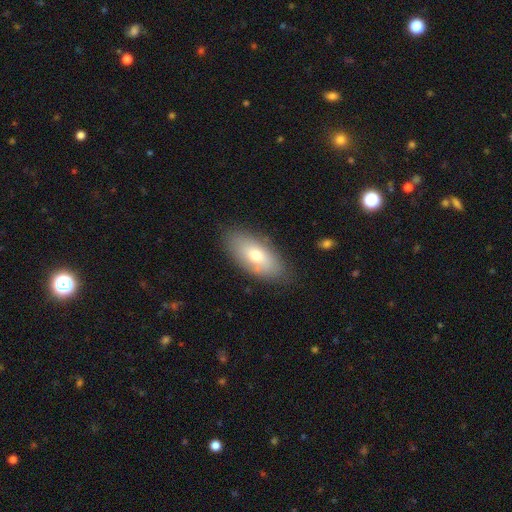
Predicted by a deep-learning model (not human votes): Smooth or featured?
  - smooth: 67% *
  - featured or disk: 25%
  - star or artifact: 8%
How rounded?
  - in between: 89% *
  - cigar-shaped: 7%
  - round: 4%
Merging?
  - none: 83% *
  - minor disturbance: 12%
  - major disturbance: 3%
  - merger: 1%